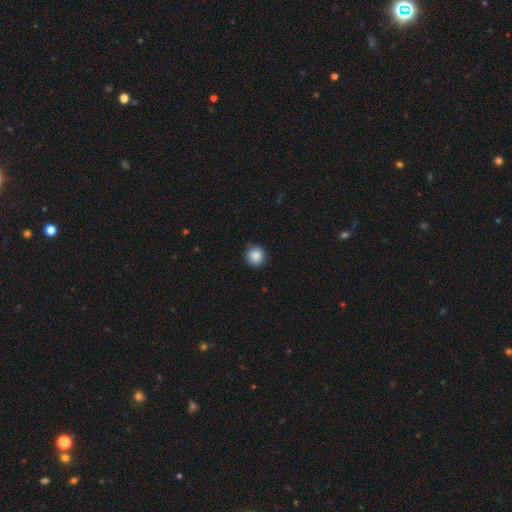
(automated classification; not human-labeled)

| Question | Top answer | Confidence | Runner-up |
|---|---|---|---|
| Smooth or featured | smooth | 87% | star or artifact (9%) |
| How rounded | round | 91% | in between (8%) |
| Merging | none | 82% | minor disturbance (15%) |